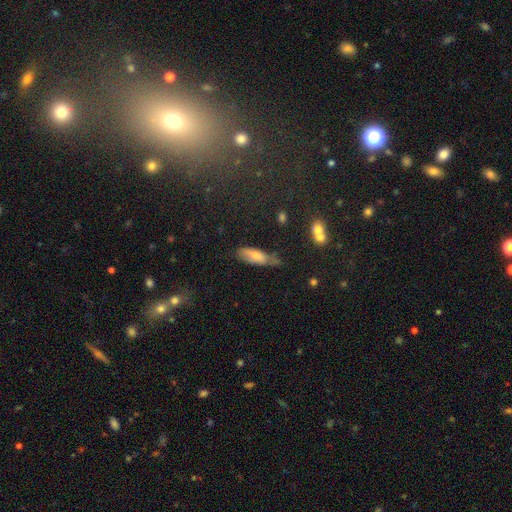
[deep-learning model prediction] This appears to be a smooth galaxy with no disk features (66%) that is in between round and cigar-shaped (64%). Merging: none (45%).